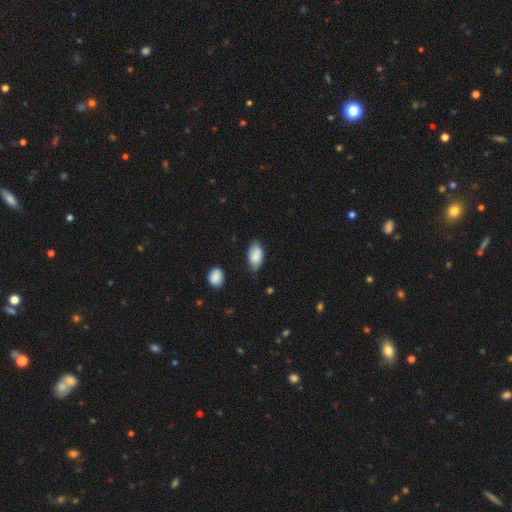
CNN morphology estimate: smooth-or-featured: smooth: 83% | featured or disk: 10% | star or artifact: 7%
  how-rounded: in between: 94% | round: 3% | cigar-shaped: 3%
  merging: none: 68% | minor disturbance: 26% | major disturbance: 4% | merger: 2%